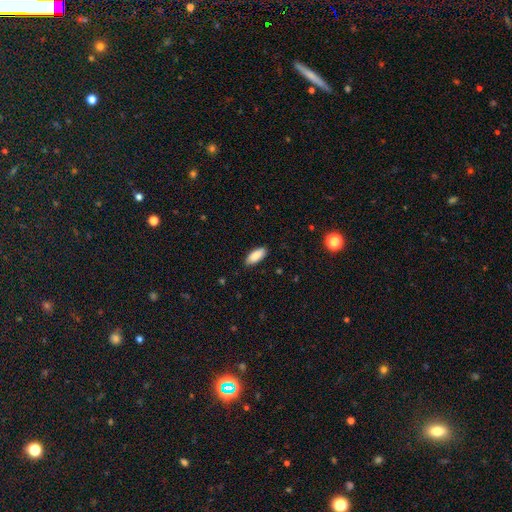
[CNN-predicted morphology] Smooth or featured? smooth (88%)
How rounded? in between (83%)
Merging? none (87%)